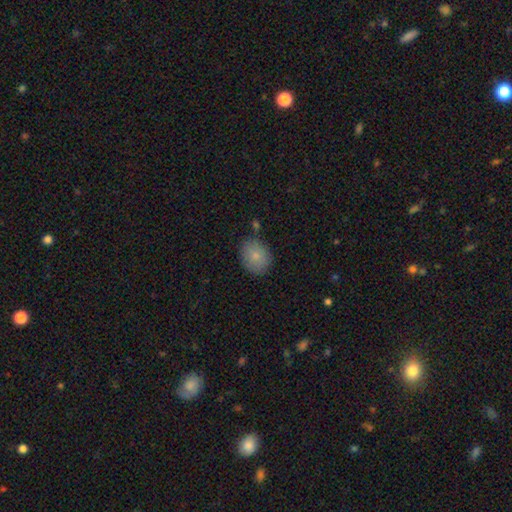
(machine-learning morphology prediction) Q: Smooth or featured?
A: smooth (81%); runner-up: featured or disk (11%)
Q: How rounded?
A: round (52%); runner-up: in between (47%)
Q: Merging?
A: none (76%); runner-up: minor disturbance (16%)